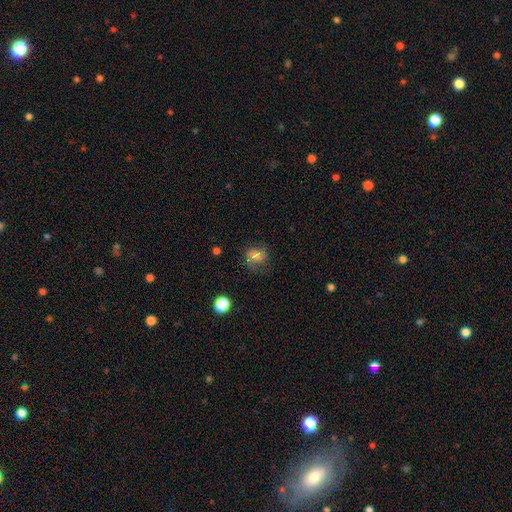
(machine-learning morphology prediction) Smooth or featured? Predicted: smooth (p=0.65). How rounded? Predicted: round (p=0.67). Merging? Predicted: none (p=0.62).